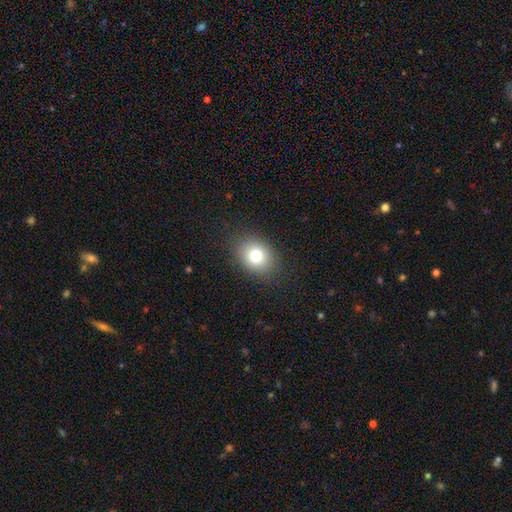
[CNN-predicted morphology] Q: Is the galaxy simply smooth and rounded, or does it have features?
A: smooth — 79%.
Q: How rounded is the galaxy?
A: in between — 57%.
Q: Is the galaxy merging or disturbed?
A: none — 86%.